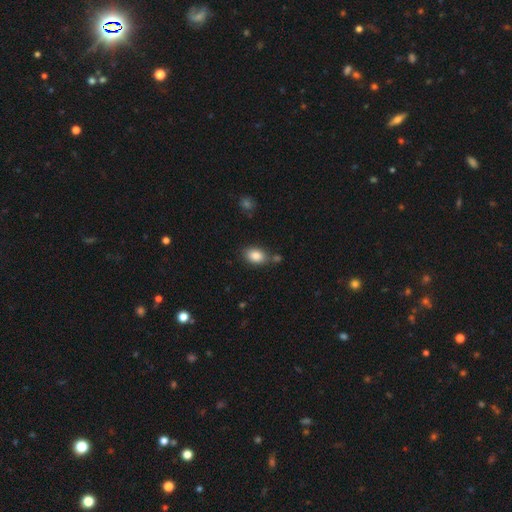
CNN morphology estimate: A smooth galaxy with no disk features (85%) that is in between round and cigar-shaped (83%).

Vote fractions:
- Smooth or featured? smooth: 85% / star or artifact: 8% / featured or disk: 7%
- How rounded? in between: 83% / round: 16% / cigar-shaped: 1%
- Merging? none: 72% / minor disturbance: 14% / merger: 10% / major disturbance: 4%